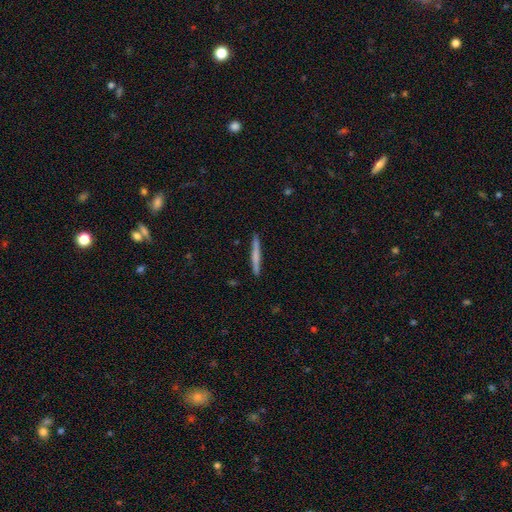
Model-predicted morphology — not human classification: Smooth or featured?
  - smooth: 61% *
  - featured or disk: 34%
  - star or artifact: 5%
How rounded?
  - cigar-shaped: 96% *
  - in between: 2%
  - round: 1%
Merging?
  - none: 91% *
  - minor disturbance: 7%
  - major disturbance: 1%
  - merger: 1%